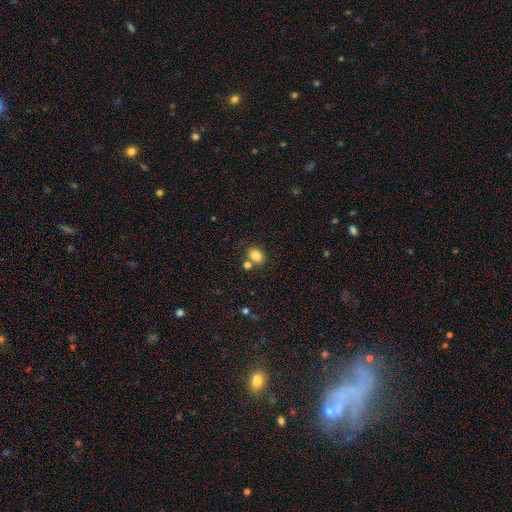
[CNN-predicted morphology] Smooth or featured? smooth (82%)
How rounded? in between (60%)
Merging? none (65%)